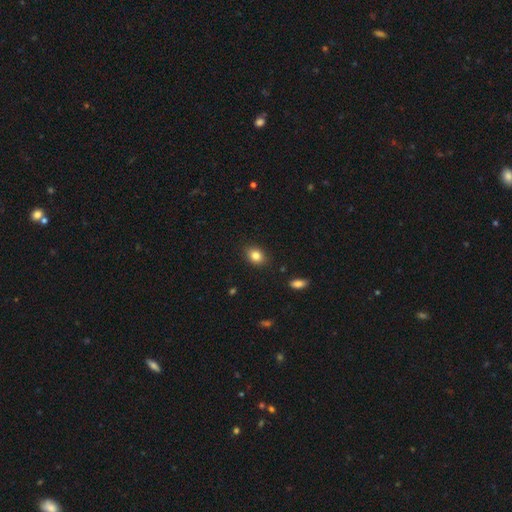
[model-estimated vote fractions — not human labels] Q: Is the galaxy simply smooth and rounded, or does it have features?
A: smooth — 84%.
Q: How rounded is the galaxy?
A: in between — 63%.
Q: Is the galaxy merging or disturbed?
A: none — 87%.